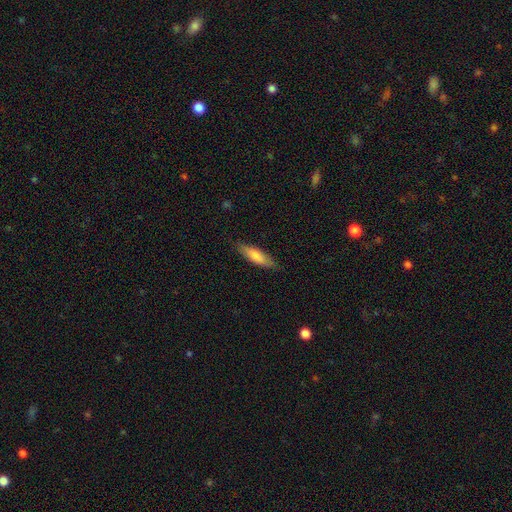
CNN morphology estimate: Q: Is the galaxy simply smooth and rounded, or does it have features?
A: smooth — 74%.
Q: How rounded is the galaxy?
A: cigar-shaped — 65%.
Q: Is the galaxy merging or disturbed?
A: none — 84%.